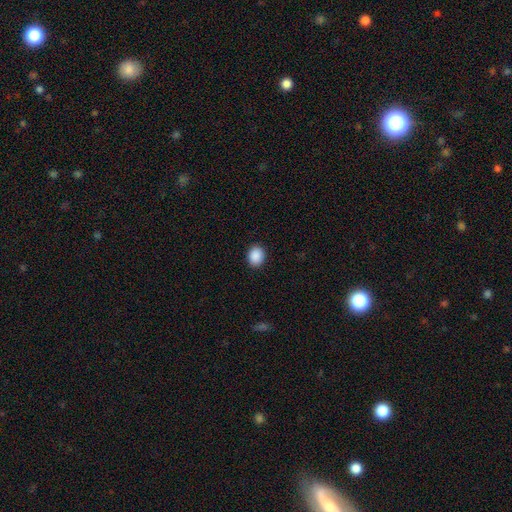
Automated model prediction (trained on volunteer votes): Overall: smooth (90%). How rounded: in between (50%; round 49%). Merging: none (91%).